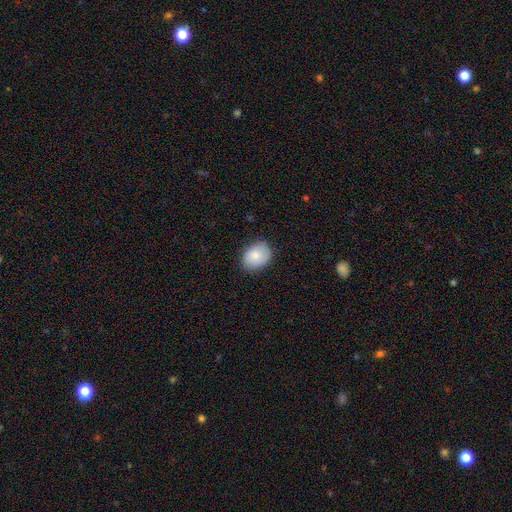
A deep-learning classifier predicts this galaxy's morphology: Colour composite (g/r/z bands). It shows a smooth galaxy with no disk features (83%) that is in between round and cigar-shaped (68%). Merging: none (81%).